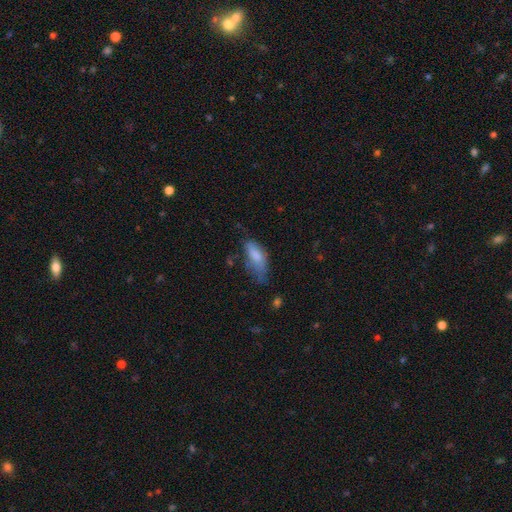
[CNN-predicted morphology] smooth 76%, featured or disk 16%, star or artifact 8%. Down the decision tree: how rounded — in between (79%); merging — minor disturbance (39%).